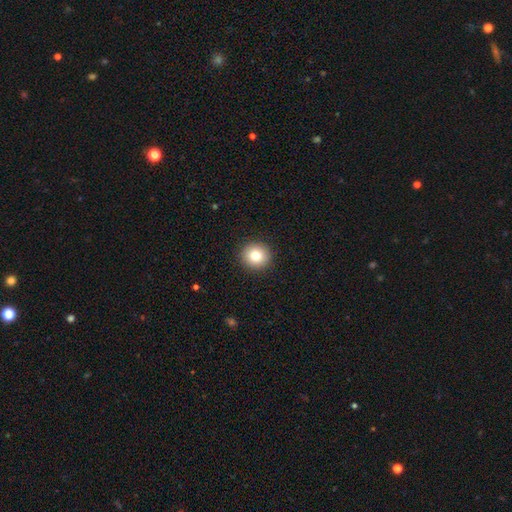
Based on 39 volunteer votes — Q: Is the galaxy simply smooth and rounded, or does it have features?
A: smooth — 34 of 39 (87%).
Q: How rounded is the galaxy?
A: round — 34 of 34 (100%).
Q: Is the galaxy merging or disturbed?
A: none — 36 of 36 (100%).